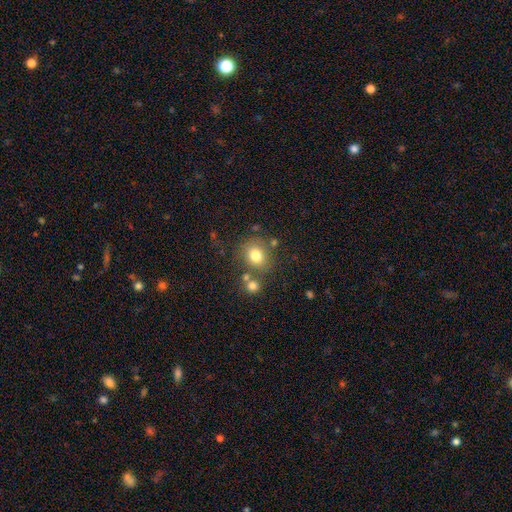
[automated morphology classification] The model was most divided on "how rounded": round: 72%, in between: 27%, cigar-shaped: 1%. More confident: smooth or featured — smooth (77%); merging — none (69%).